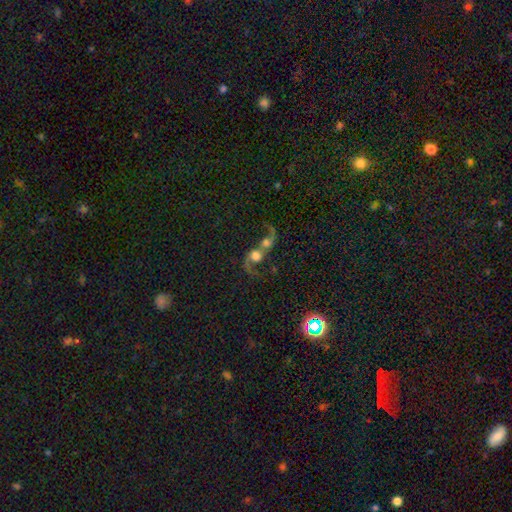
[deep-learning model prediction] Smooth or featured? Predicted: featured or disk (p=0.55). Edge-on disk? Predicted: no (p=0.96). Bar? Predicted: no (p=0.74). Spiral arms? Predicted: yes (p=0.75). Bulge size? Predicted: large (p=0.38). Merging? Predicted: merger (p=0.80).